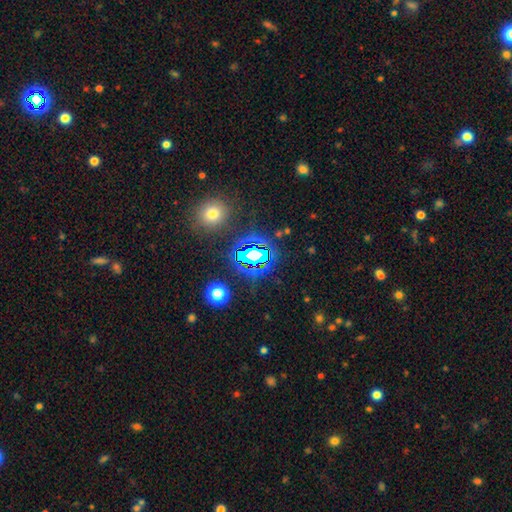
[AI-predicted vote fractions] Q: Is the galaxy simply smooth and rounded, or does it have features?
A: star or artifact — 72%.